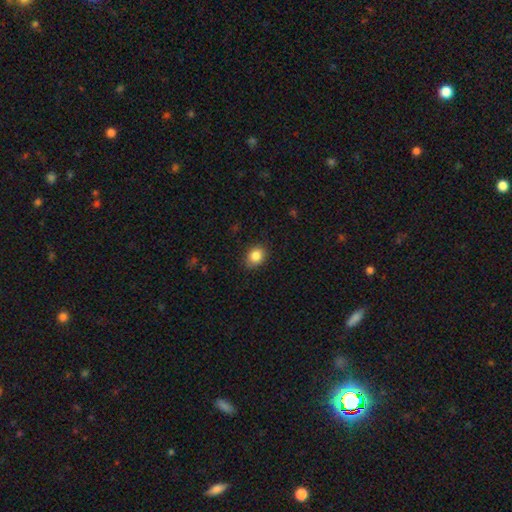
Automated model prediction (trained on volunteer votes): Smooth or featured? Predicted: smooth (p=0.86). How rounded? Predicted: in between (p=0.51). Merging? Predicted: none (p=0.85).